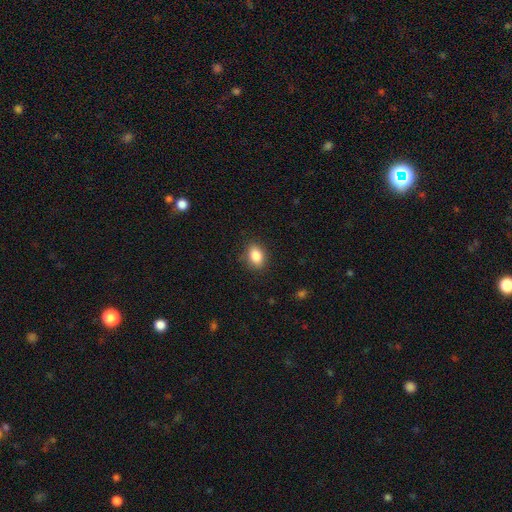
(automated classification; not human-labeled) A smooth galaxy with no disk features (85%) that is in between round and cigar-shaped (76%). Merging: none (85%).